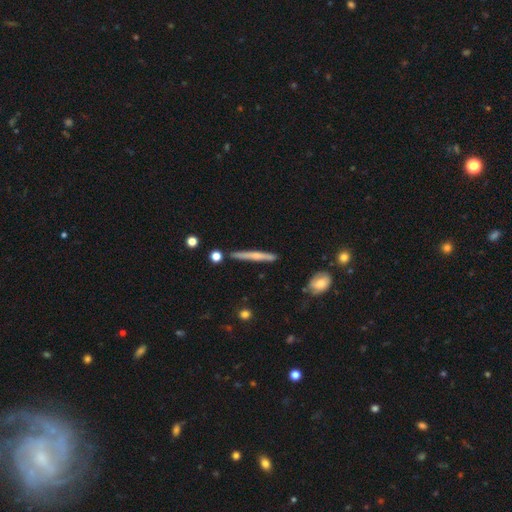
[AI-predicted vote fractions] smooth-or-featured: featured or disk: 52% | smooth: 42% | star or artifact: 6%
  disk-edge-on: yes: 96% | no: 4%
  merging: none: 84% | minor disturbance: 10% | merger: 3% | major disturbance: 2%